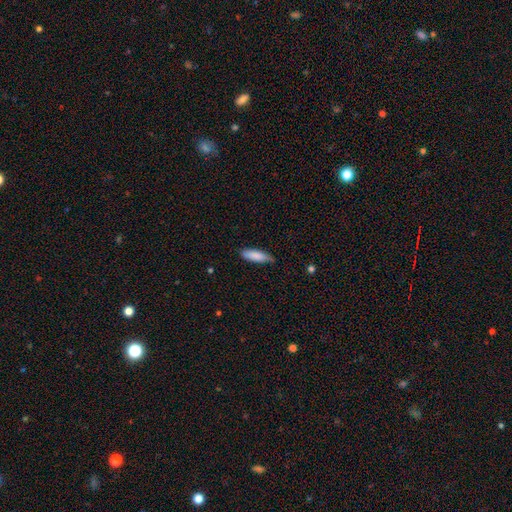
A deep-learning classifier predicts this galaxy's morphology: Smooth or featured? smooth (84%)
How rounded? in between (52%)
Merging? none (72%)